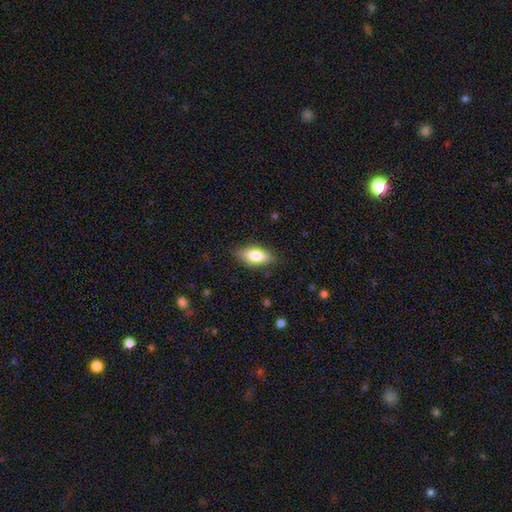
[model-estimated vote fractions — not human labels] Morphology: type=smooth (77%); roundness=in between (84%); merging=none (83%).